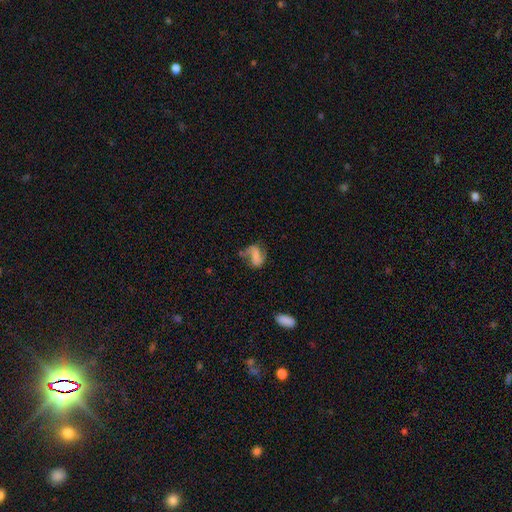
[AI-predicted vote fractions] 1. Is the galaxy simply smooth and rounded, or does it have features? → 55% featured or disk, 34% smooth, 11% star or artifact.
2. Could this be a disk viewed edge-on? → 97% no, 3% yes.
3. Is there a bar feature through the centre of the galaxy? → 41% no, 32% weak, 28% strong.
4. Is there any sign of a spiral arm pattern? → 81% yes, 19% no.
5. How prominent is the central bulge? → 65% none, 16% small, 10% moderate, 7% large, 3% dominant.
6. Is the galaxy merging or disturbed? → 47% none, 25% minor disturbance, 22% major disturbance, 6% merger.